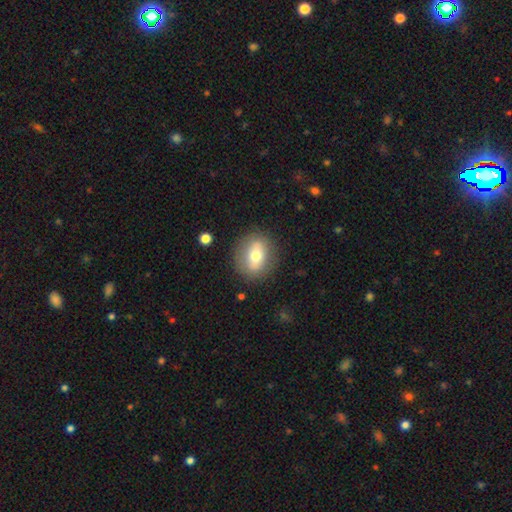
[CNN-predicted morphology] Smooth or featured? Predicted: smooth (p=0.61). How rounded? Predicted: round (p=0.56). Merging? Predicted: none (p=0.83).